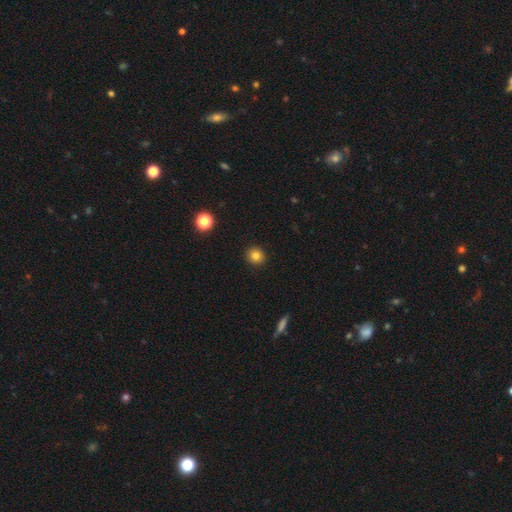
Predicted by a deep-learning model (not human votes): A smooth galaxy with no disk features (83%) that is round (89%). Merging: none (92%).